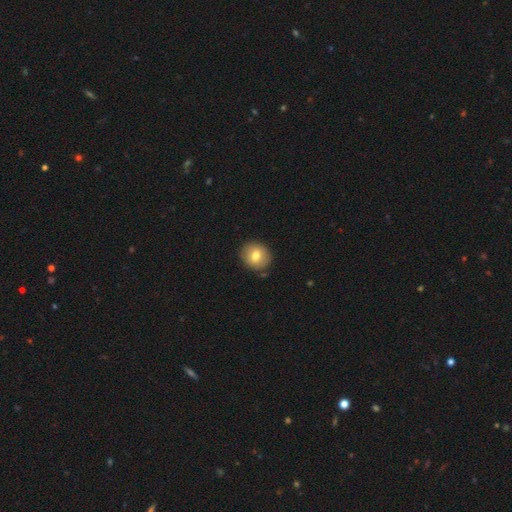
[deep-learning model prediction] smooth_or_featured: smooth (p=0.75) [alt: featured or disk p=0.16]
how_rounded: round (p=0.80) [alt: in between p=0.19]
merging: none (p=0.85) [alt: minor disturbance p=0.10]